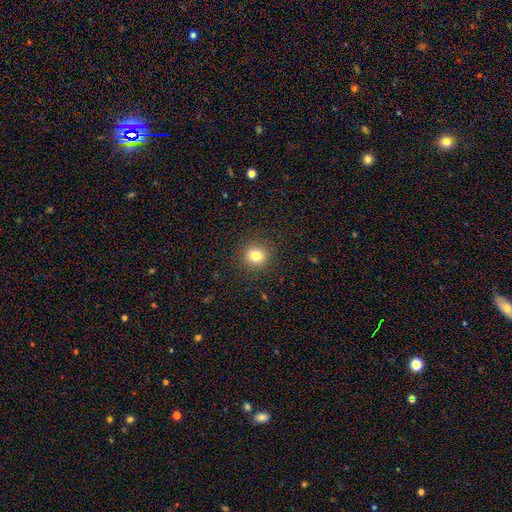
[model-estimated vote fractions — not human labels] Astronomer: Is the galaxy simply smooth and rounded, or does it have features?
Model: smooth — 79%.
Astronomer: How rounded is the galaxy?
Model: round — 91%.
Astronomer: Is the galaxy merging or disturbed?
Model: none — 91%.